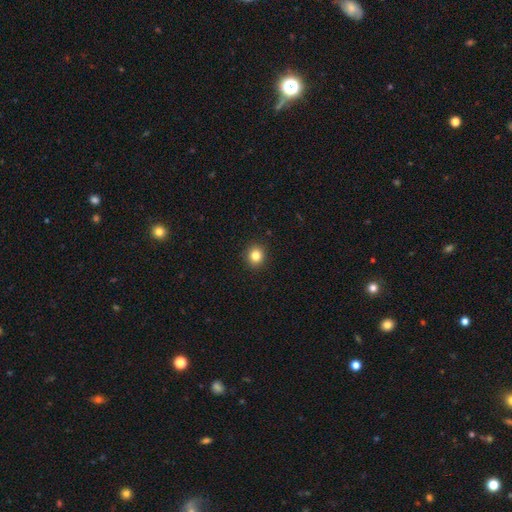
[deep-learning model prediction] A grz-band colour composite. It shows a smooth galaxy with no disk features (83%) that is round (89%). Merging: none (92%).